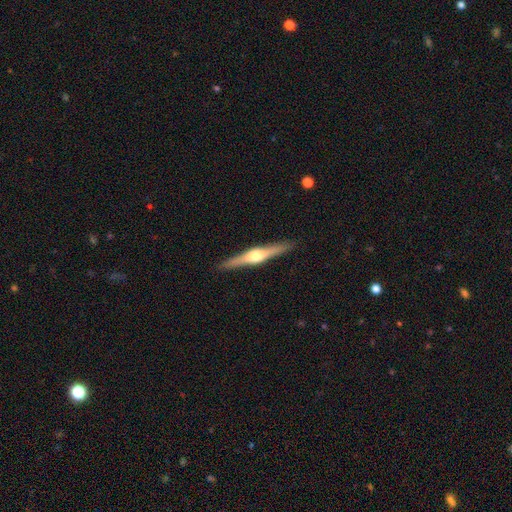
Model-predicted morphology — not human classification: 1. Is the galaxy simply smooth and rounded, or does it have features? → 77% featured or disk, 18% smooth, 5% star or artifact.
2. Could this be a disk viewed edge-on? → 98% yes, 2% no.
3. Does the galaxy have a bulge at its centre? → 93% rounded, 4% boxy, 2% none.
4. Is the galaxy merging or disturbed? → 91% none, 6% minor disturbance, 1% major disturbance, 1% merger.